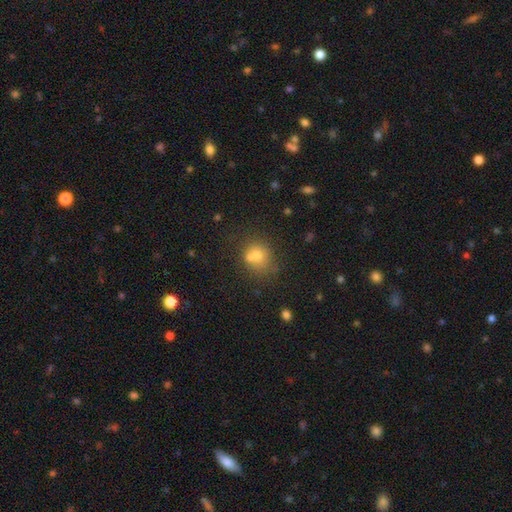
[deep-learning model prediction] Smooth or featured? smooth (72%)
How rounded? round (76%)
Merging? none (49%)